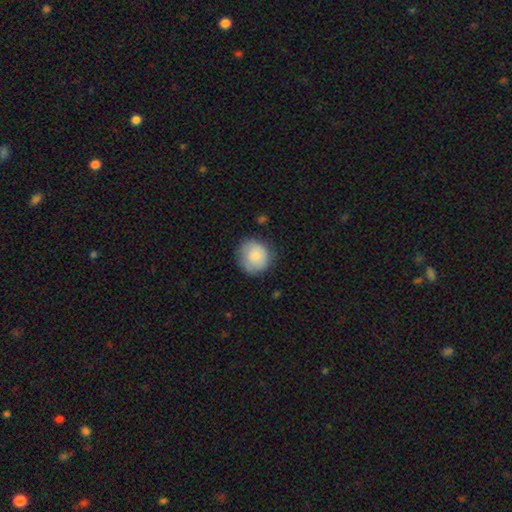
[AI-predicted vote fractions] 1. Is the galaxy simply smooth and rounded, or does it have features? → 83% smooth, 10% featured or disk, 7% star or artifact.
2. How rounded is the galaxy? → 89% round, 10% in between, 1% cigar-shaped.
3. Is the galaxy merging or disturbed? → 78% none, 17% minor disturbance, 4% major disturbance, 1% merger.